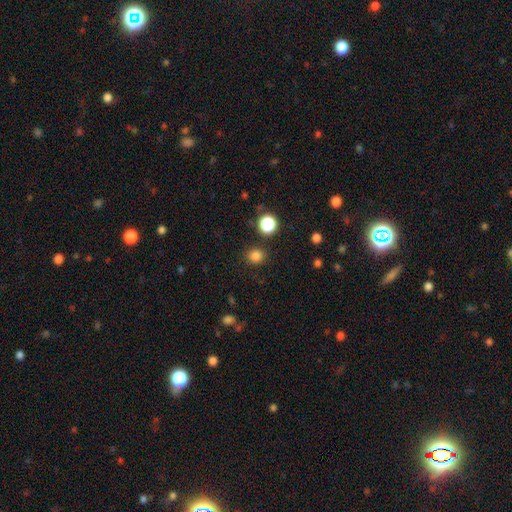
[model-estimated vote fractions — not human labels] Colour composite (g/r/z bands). It shows a smooth galaxy with no disk features (82%) that is round (80%). Merging: none (87%).